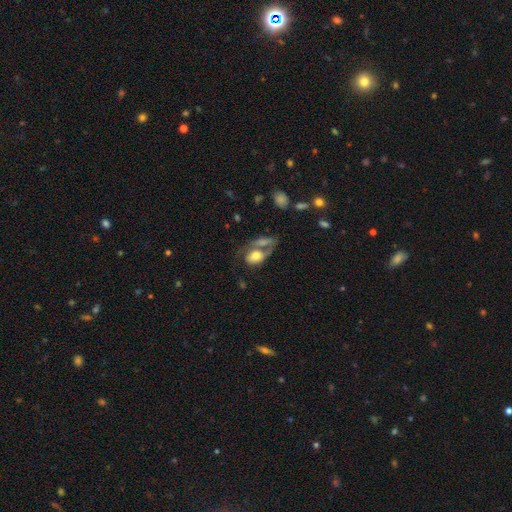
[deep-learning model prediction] Overall: smooth (51%; featured or disk 41%). How rounded: in between (83%). Merging: merger (45%; major disturbance 23%).